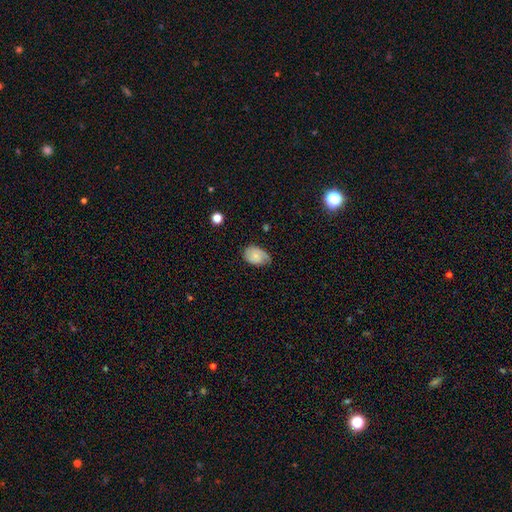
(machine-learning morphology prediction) Smooth or featured? smooth (59%)
How rounded? in between (81%)
Merging? none (56%)